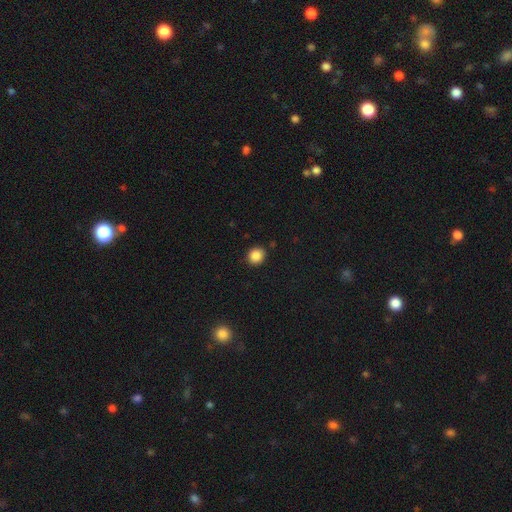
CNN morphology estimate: Smooth or featured: smooth — 87% (star or artifact — 10%)
How rounded: round — 86% (in between — 13%)
Merging: none — 90% (minor disturbance — 7%)